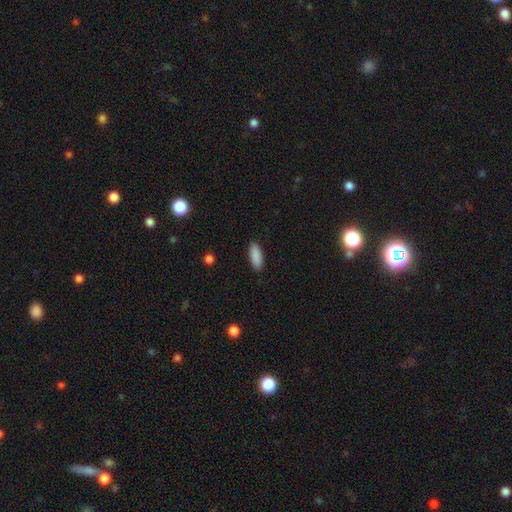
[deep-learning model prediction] smooth_or_featured: smooth (p=0.90) [alt: star or artifact p=0.06]
how_rounded: in between (p=0.72) [alt: cigar-shaped p=0.26]
merging: none (p=0.89) [alt: minor disturbance p=0.08]